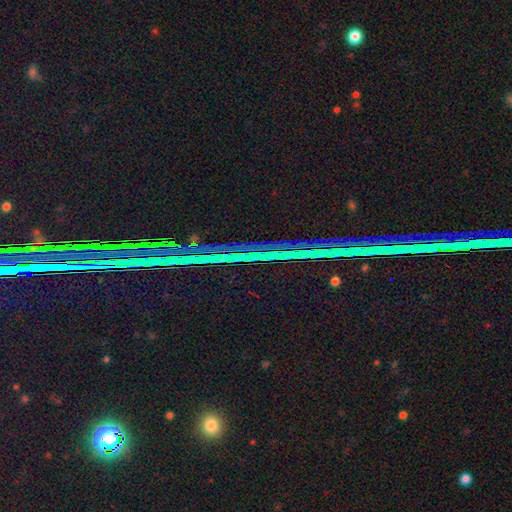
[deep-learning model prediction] Smooth or featured: star or artifact — 88% (featured or disk — 6%)